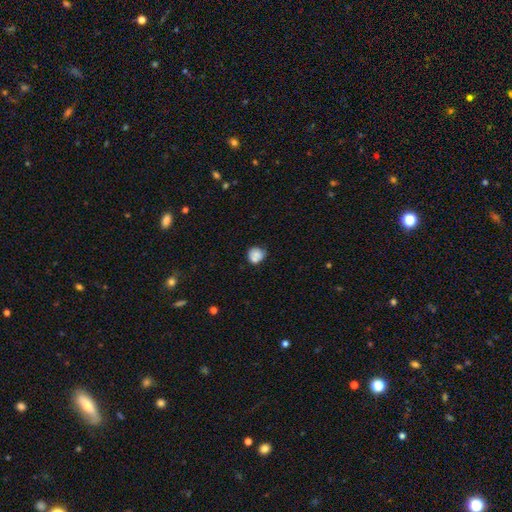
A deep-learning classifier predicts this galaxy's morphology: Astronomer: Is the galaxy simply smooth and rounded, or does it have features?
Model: smooth — 79%.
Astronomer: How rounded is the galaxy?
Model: round — 81%.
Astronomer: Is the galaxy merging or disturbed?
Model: none — 59%.